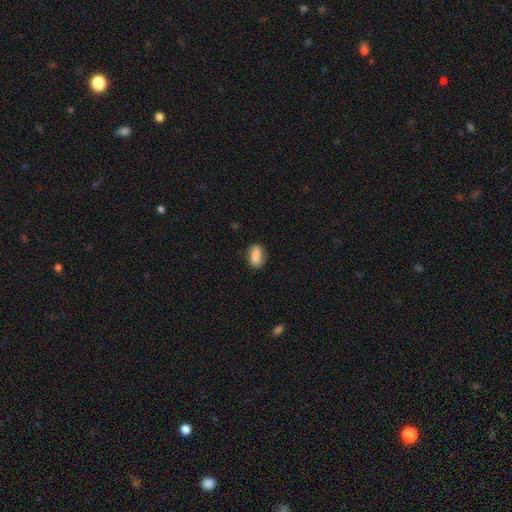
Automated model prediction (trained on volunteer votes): Smooth or featured: smooth — 84% (featured or disk — 9%)
How rounded: in between — 82% (cigar-shaped — 10%)
Merging: none — 77% (minor disturbance — 17%)